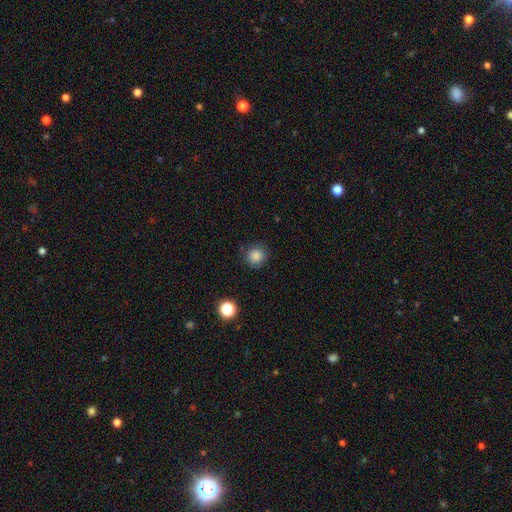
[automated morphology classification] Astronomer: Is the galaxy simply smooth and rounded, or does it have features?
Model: smooth — 85%.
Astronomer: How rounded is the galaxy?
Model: round — 90%.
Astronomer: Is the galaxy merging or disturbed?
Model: none — 85%.